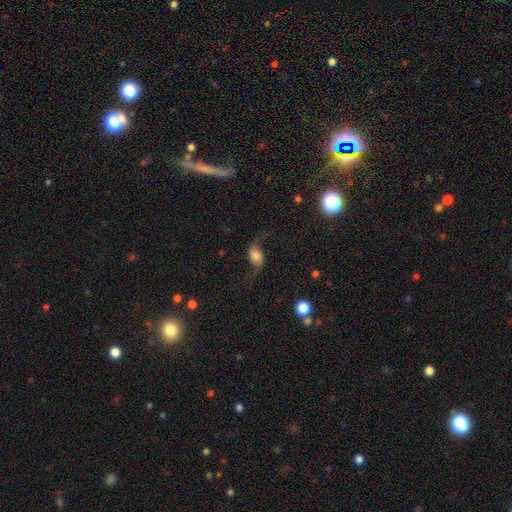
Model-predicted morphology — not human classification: Smooth or featured? featured or disk (57%)
Edge-on disk? no (93%)
Bar? no (57%)
Spiral arms? yes (91%)
Bulge size? moderate (35%)
Merging? none (64%)